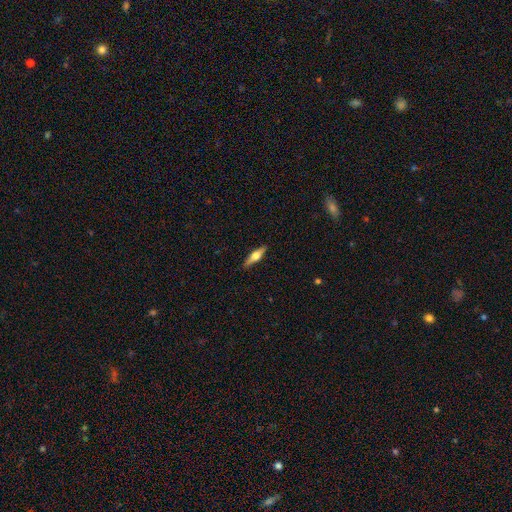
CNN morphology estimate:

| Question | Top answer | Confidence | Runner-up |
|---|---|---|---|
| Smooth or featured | featured or disk | 61% | smooth (33%) |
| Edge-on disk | yes | 95% | no (5%) |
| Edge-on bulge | rounded | 94% | boxy (4%) |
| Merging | none | 90% | minor disturbance (8%) |